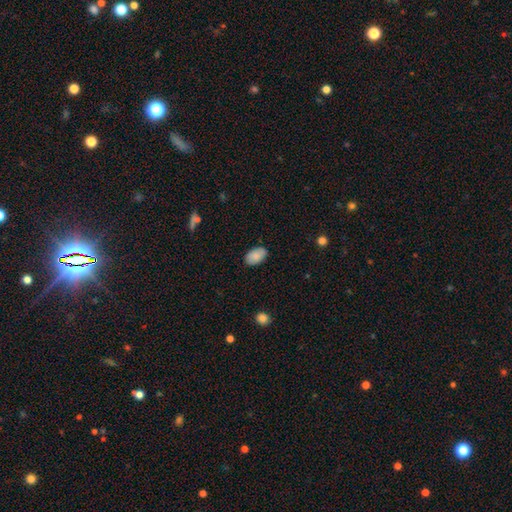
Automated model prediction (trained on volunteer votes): Morphology: type=smooth (88%); roundness=in between (92%); merging=none (85%).